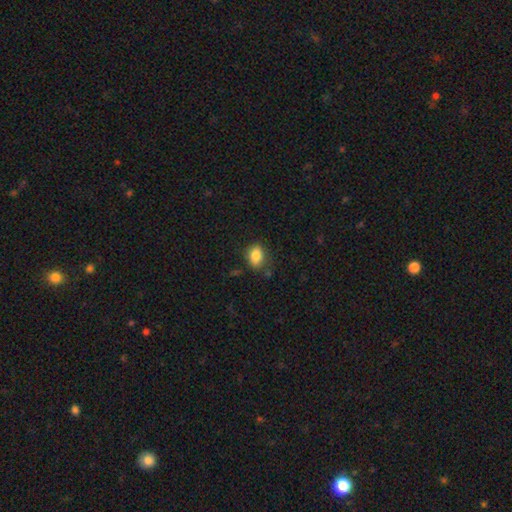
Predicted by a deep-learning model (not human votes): smooth_or_featured: smooth (p=0.85) [alt: star or artifact p=0.09]
how_rounded: in between (p=0.75) [alt: round p=0.24]
merging: none (p=0.76) [alt: minor disturbance p=0.17]